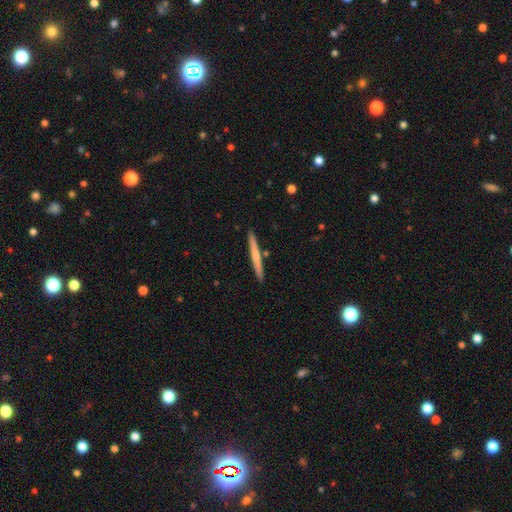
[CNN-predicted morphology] A smooth galaxy with no disk features (54%) that is cigar-shaped (97%). Merging: none (89%).